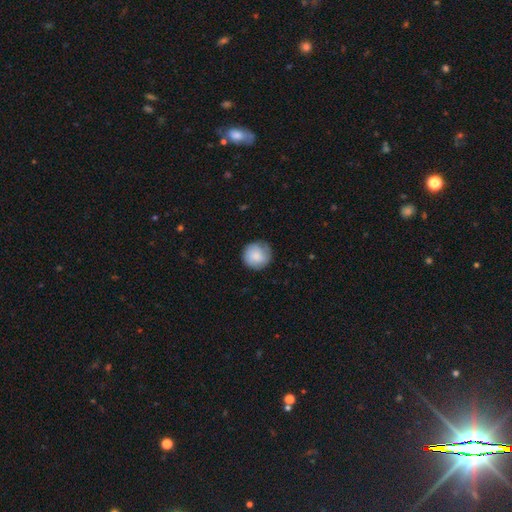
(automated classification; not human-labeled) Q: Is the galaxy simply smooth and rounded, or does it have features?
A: smooth — 79%.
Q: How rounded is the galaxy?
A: round — 93%.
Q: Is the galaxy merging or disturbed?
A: none — 78%.